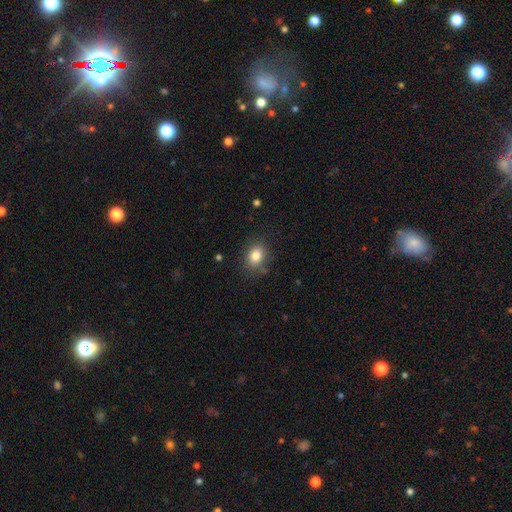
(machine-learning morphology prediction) smooth-or-featured: smooth: 83% | star or artifact: 10% | featured or disk: 7%
  how-rounded: in between: 54% | round: 45% | cigar-shaped: 1%
  merging: none: 81% | minor disturbance: 13% | major disturbance: 4% | merger: 2%